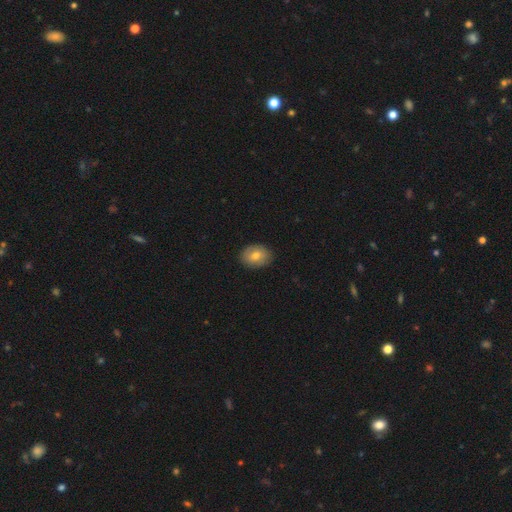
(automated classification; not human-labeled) This is likely a smooth galaxy (70%). How rounded: likely in between (66%). Merging: clearly none (87%).